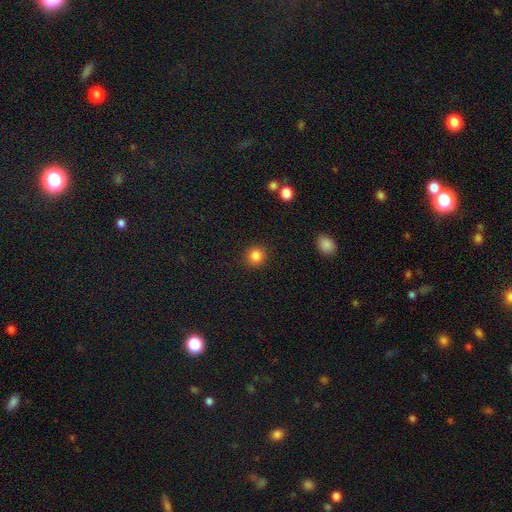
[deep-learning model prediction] Smooth or featured? smooth (85%)
How rounded? round (92%)
Merging? none (91%)